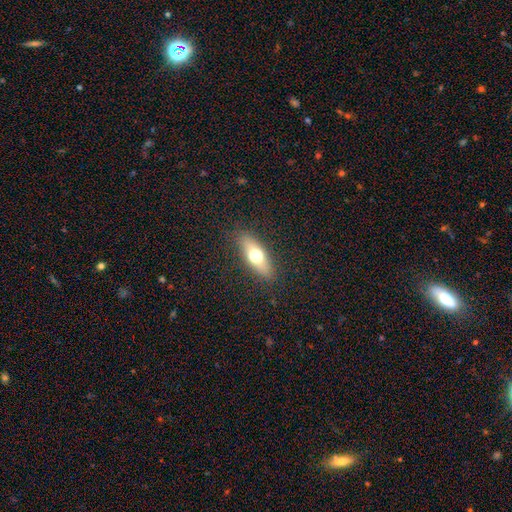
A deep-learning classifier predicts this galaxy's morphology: Smooth or featured? smooth (60%)
How rounded? in between (60%)
Merging? none (88%)